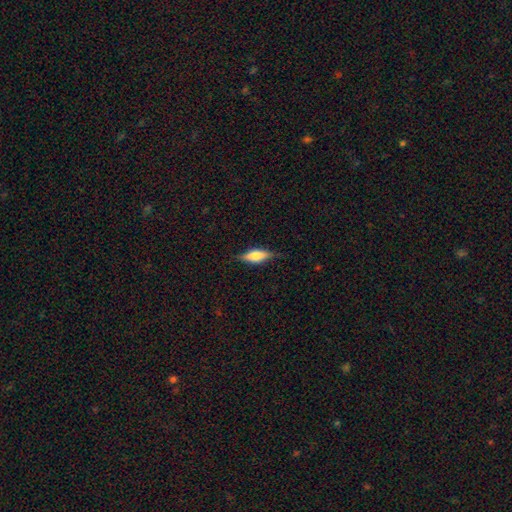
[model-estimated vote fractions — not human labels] This is possibly a smooth galaxy (53%). How rounded: possibly in between (58%). Merging: clearly none (81%).